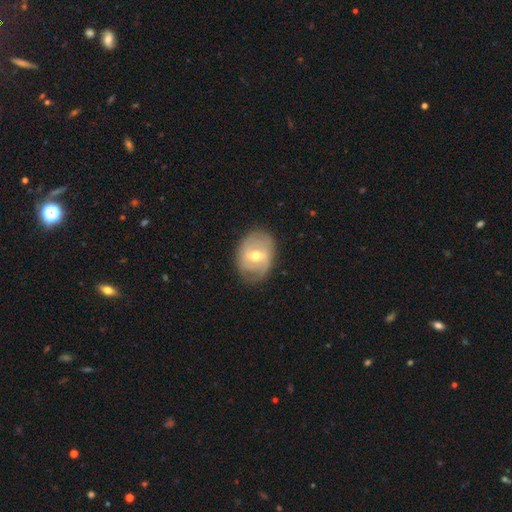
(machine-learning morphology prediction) type=featured or disk (66%); edge-on=no (95%); bar=weak (51%); spiral arms=yes (71%); bulge=moderate (72%); merging=none (72%).